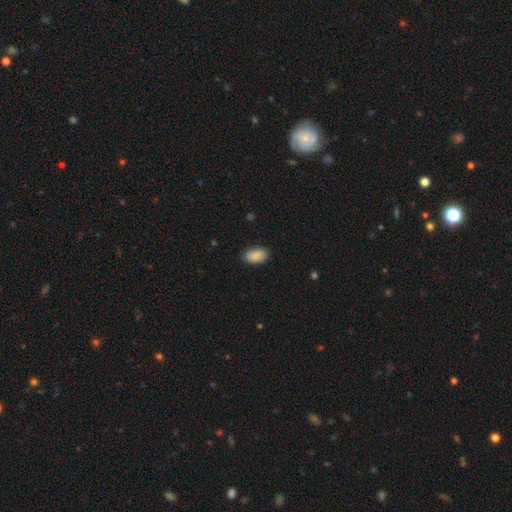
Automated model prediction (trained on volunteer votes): A smooth galaxy with no disk features (89%) that is in between round and cigar-shaped (93%).

Vote fractions:
- Smooth or featured? smooth: 89% / star or artifact: 7% / featured or disk: 4%
- How rounded? in between: 93% / round: 5% / cigar-shaped: 2%
- Merging? none: 83% / minor disturbance: 13% / major disturbance: 3% / merger: 1%